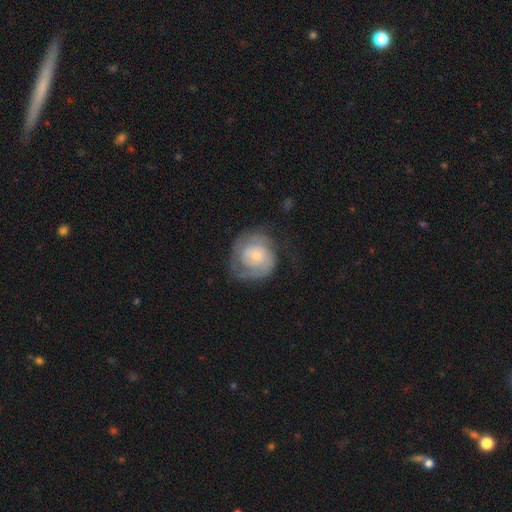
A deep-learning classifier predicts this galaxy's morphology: type=featured or disk (63%); edge-on=no (98%); bar=no (80%); spiral arms=yes (81%); winding=tight (59%); arm count=2 (46%); bulge=small (65%); merging=none (57%).